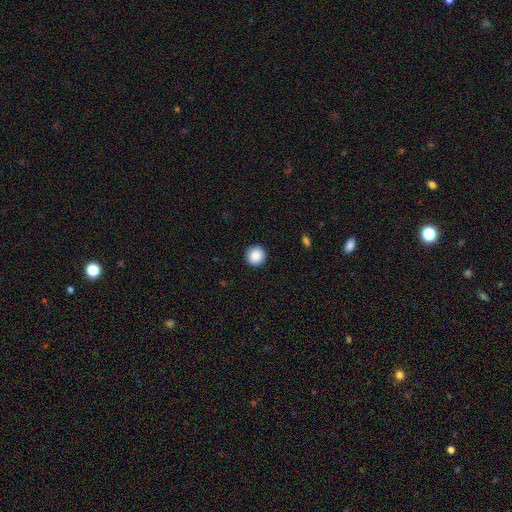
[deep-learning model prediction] This is clearly a smooth galaxy (88%). How rounded: clearly round (96%). Merging: clearly none (93%).